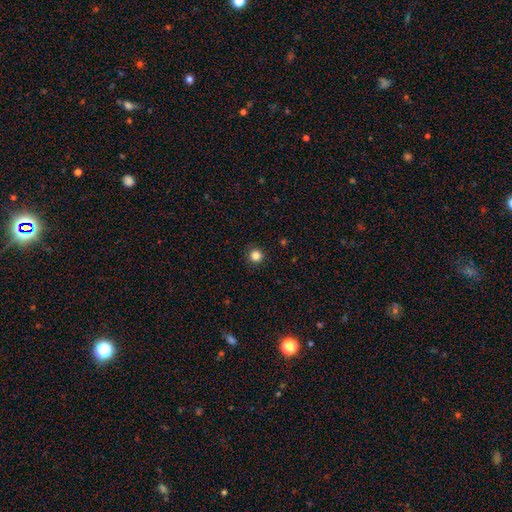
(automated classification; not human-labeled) Smooth or featured? smooth (85%)
How rounded? round (95%)
Merging? none (92%)